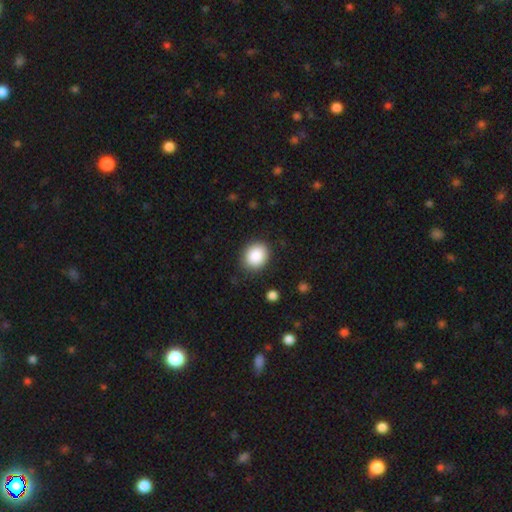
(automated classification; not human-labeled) Q: Smooth or featured?
A: smooth (88%); runner-up: star or artifact (8%)
Q: How rounded?
A: round (64%); runner-up: in between (35%)
Q: Merging?
A: none (87%); runner-up: minor disturbance (9%)